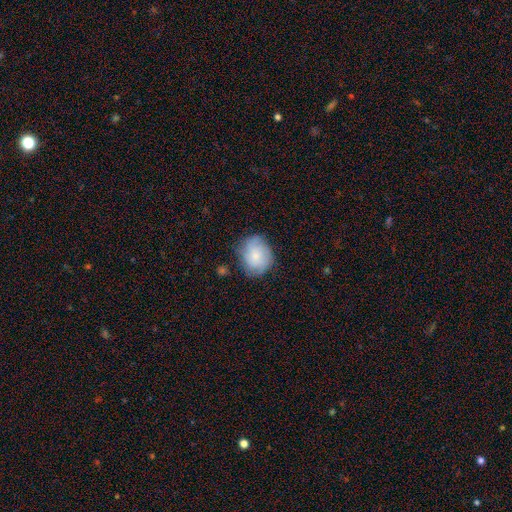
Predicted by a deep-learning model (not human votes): smooth_or_featured: smooth (p=0.74) [alt: featured or disk p=0.19]
how_rounded: round (p=0.64) [alt: in between p=0.35]
merging: none (p=0.67) [alt: minor disturbance p=0.25]